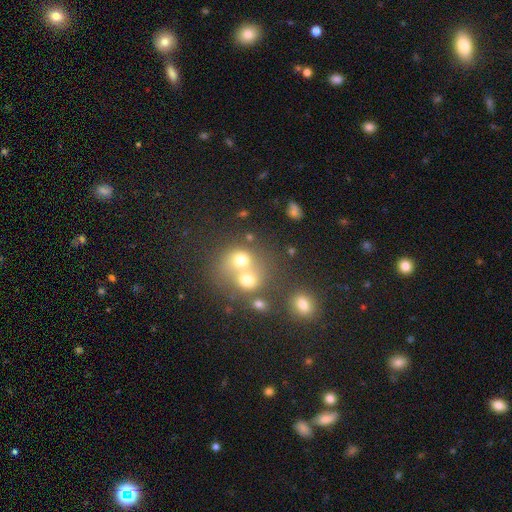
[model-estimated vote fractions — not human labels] Overall: smooth (46%; star or artifact 41%). Merging: none (55%; merger 33%).